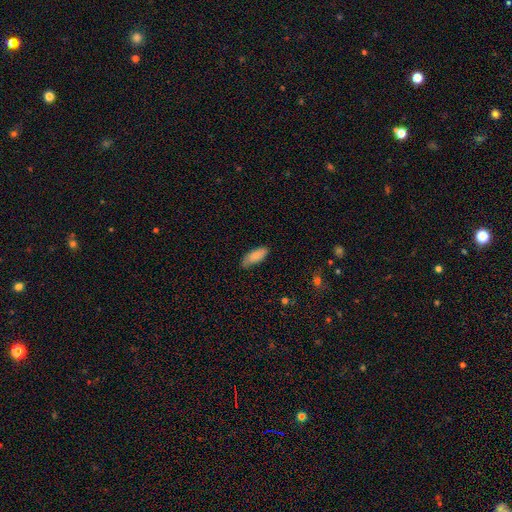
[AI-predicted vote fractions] Morphology: type=smooth (85%); roundness=in between (79%); merging=none (71%).